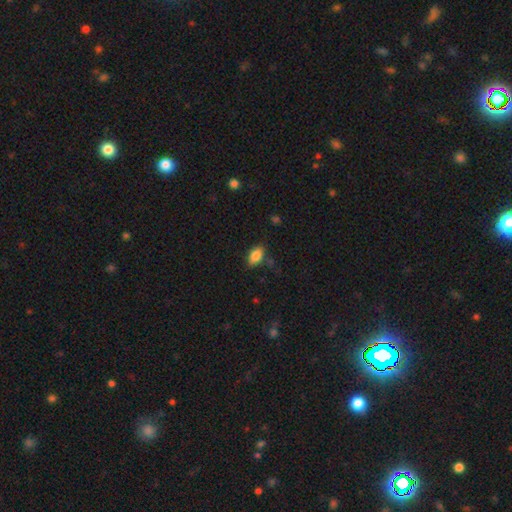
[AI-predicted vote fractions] smooth_or_featured: smooth (p=0.85) [alt: star or artifact p=0.08]
how_rounded: in between (p=0.90) [alt: round p=0.06]
merging: none (p=0.76) [alt: minor disturbance p=0.17]